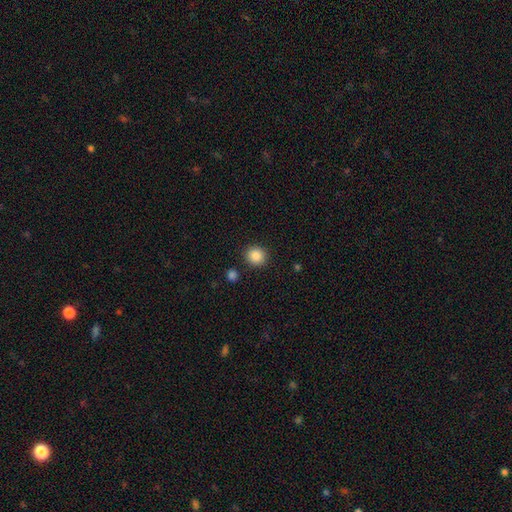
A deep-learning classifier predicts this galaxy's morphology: This is clearly a smooth galaxy (87%). How rounded: clearly round (90%). Merging: clearly none (89%).